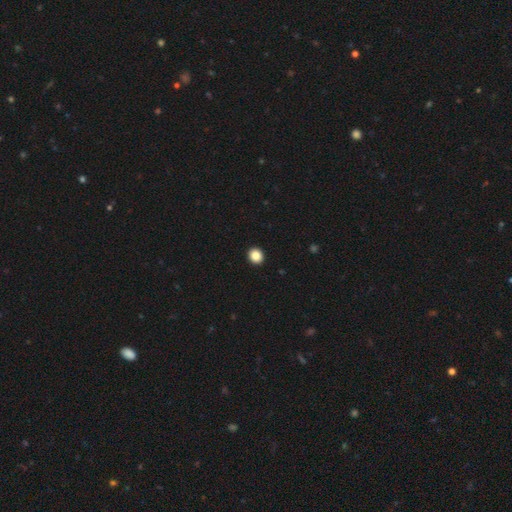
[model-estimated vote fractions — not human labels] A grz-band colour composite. It shows a smooth galaxy with no disk features (87%) that is round (79%). Merging: none (93%).